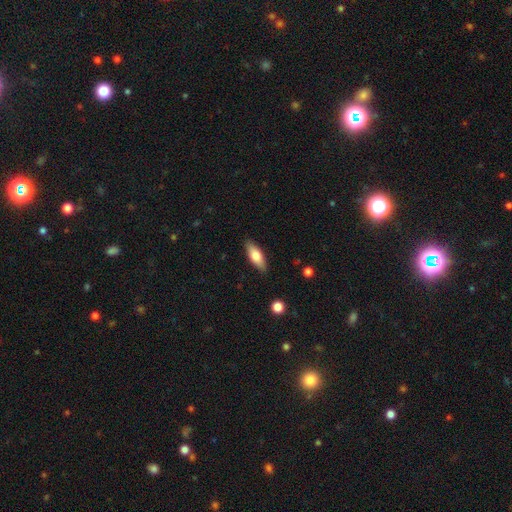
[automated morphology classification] A smooth galaxy with no disk features (72%) that is in between round and cigar-shaped (67%). Merging: none (87%).